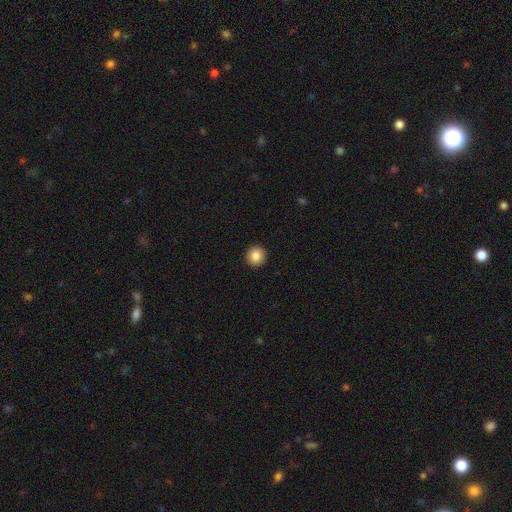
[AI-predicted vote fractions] The model was most divided on "smooth or featured": smooth: 86%, star or artifact: 9%, featured or disk: 4%. More confident: how rounded — round (94%); merging — none (93%).